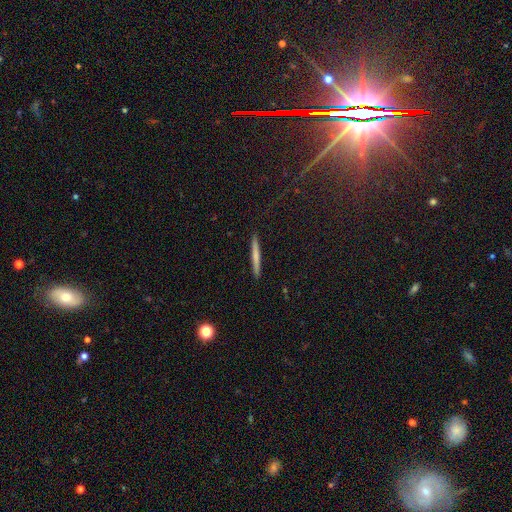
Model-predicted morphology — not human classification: A smooth galaxy with no disk features (61%) that is cigar-shaped (95%).

Vote fractions:
- Smooth or featured? smooth: 61% / featured or disk: 31% / star or artifact: 8%
- How rounded? cigar-shaped: 95% / in between: 3% / round: 2%
- Merging? none: 92% / minor disturbance: 6% / major disturbance: 1% / merger: 1%